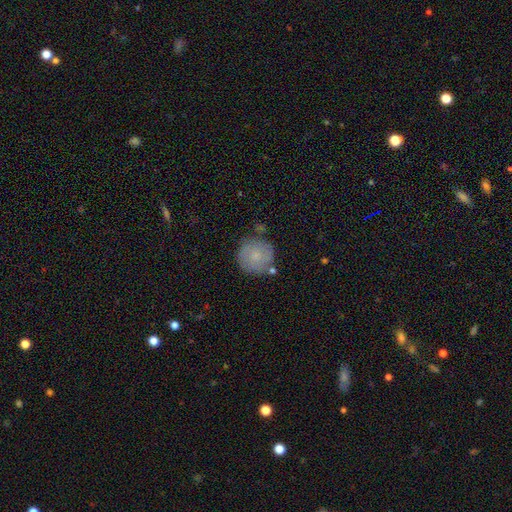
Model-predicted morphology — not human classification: Smooth or featured? smooth (69%)
How rounded? round (93%)
Merging? none (72%)